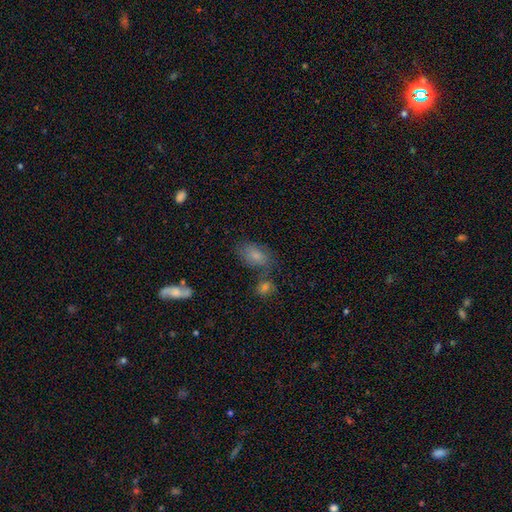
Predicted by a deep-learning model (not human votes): smooth-or-featured: smooth: 74% | featured or disk: 15% | star or artifact: 11%
  how-rounded: in between: 87% | round: 11% | cigar-shaped: 2%
  merging: none: 61% | minor disturbance: 17% | merger: 15% | major disturbance: 7%